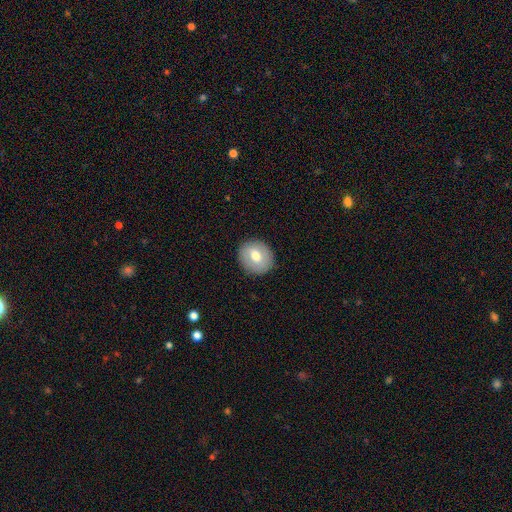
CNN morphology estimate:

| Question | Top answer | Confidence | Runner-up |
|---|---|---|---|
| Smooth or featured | smooth | 64% | featured or disk (29%) |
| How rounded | round | 80% | in between (19%) |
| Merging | none | 88% | minor disturbance (8%) |